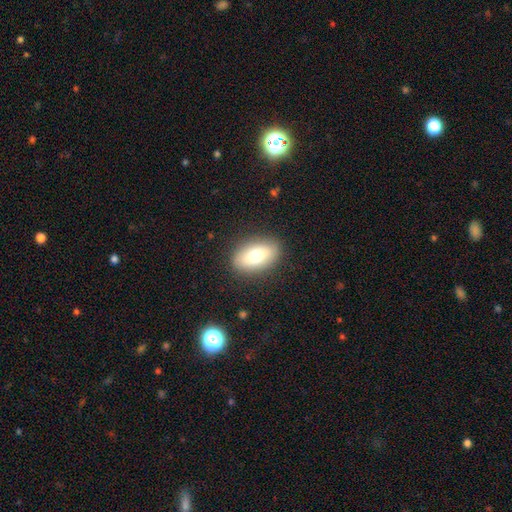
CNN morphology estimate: Overall: smooth (72%). How rounded: in between (88%). Merging: none (86%).